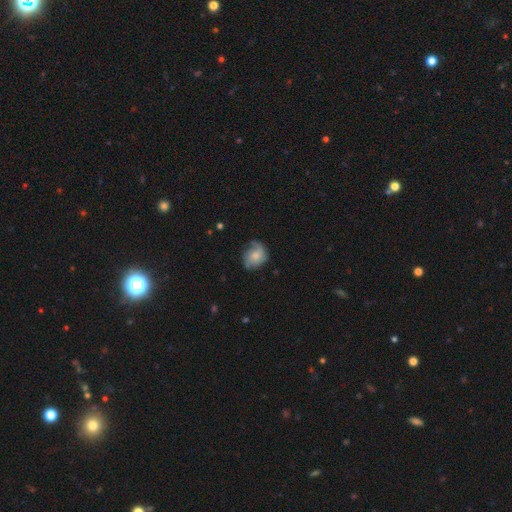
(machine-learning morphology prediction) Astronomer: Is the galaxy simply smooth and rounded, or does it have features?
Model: smooth — 46%, tied with featured or disk at 46%.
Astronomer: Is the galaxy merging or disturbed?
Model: none — 59%.